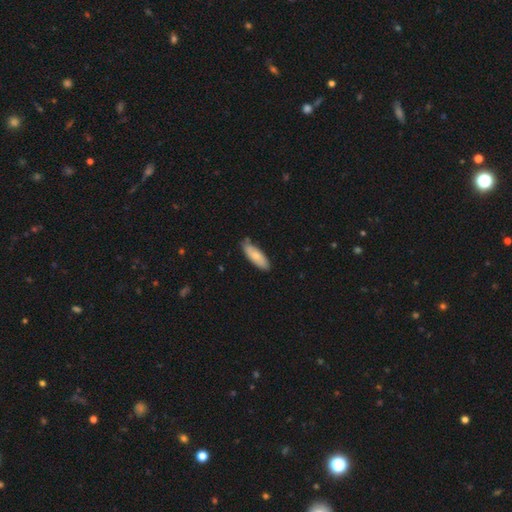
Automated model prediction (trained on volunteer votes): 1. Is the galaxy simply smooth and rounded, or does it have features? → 76% smooth, 18% featured or disk, 6% star or artifact.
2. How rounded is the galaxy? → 62% in between, 36% cigar-shaped, 2% round.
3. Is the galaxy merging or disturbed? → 75% none, 21% minor disturbance, 3% major disturbance, 2% merger.